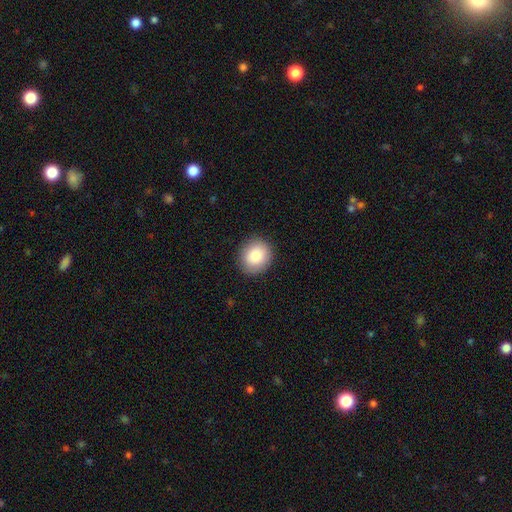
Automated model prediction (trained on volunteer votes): A smooth galaxy with no disk features (86%) that is round (79%).

Vote fractions:
- Smooth or featured? smooth: 86% / star or artifact: 7% / featured or disk: 6%
- How rounded? round: 79% / in between: 20% / cigar-shaped: 1%
- Merging? none: 89% / minor disturbance: 8% / major disturbance: 2% / merger: 1%